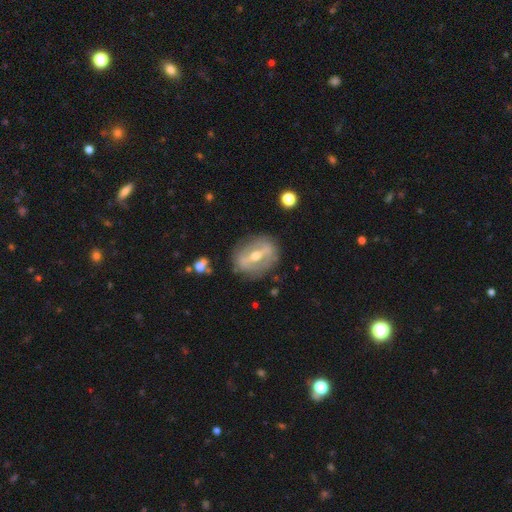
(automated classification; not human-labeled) Q: Smooth or featured?
A: featured or disk (75%); runner-up: smooth (19%)
Q: Edge-on disk?
A: no (87%); runner-up: yes (13%)
Q: Bar?
A: strong (68%); runner-up: weak (22%)
Q: Spiral arms?
A: no (64%); runner-up: yes (36%)
Q: Bulge size?
A: moderate (69%); runner-up: small (25%)
Q: Merging?
A: none (79%); runner-up: minor disturbance (14%)